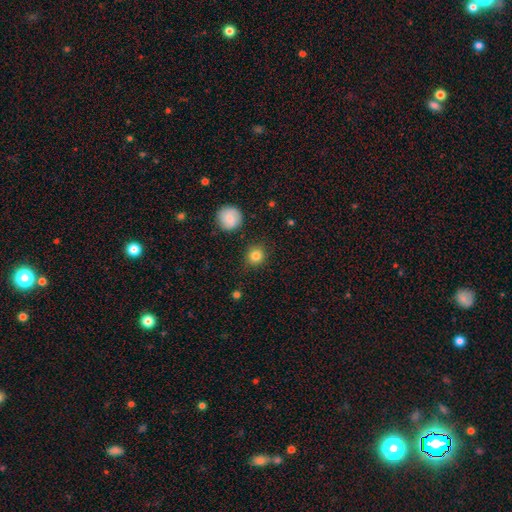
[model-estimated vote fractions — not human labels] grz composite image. It shows a smooth galaxy with no disk features (83%) that is round (89%). Merging: none (85%).